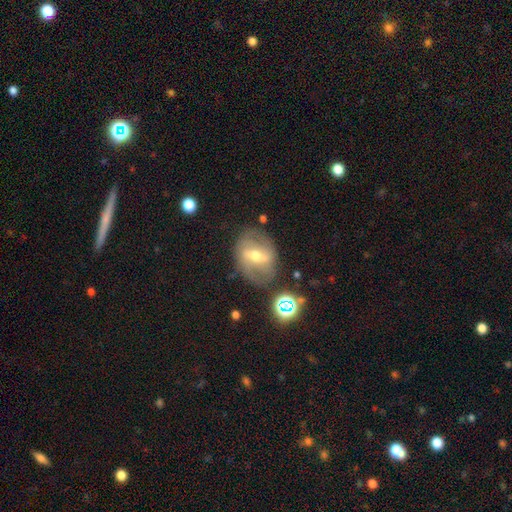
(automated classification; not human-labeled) This is likely a featured or disk galaxy (73%). It is clearly not viewed edge-on (94%). Bar: possibly strong (46%). Spiral arm pattern: likely yes (78%). Spiral arm count: likely 2 (76%). Spiral winding: marginally medium (42%). Central bulge: likely moderate (65%). Merging: likely none (70%).